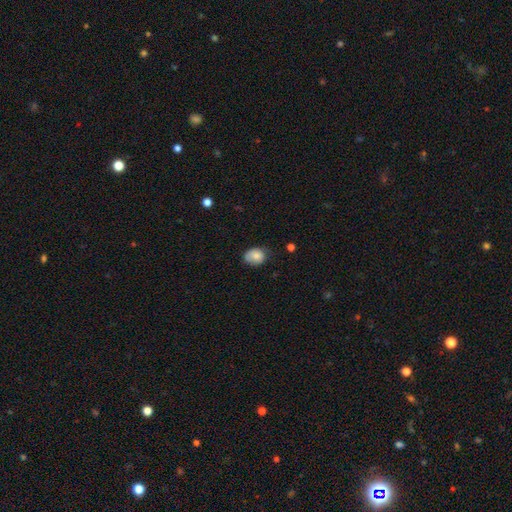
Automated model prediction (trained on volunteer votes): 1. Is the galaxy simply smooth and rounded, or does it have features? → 78% smooth, 14% featured or disk, 8% star or artifact.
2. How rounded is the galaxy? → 61% in between, 38% round, 1% cigar-shaped.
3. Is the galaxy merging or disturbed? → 54% none, 35% minor disturbance, 10% major disturbance, 2% merger.